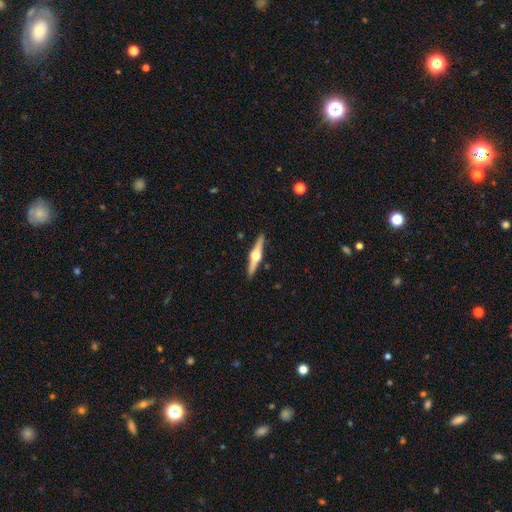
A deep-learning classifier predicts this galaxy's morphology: smooth-or-featured: featured or disk: 81% | smooth: 14% | star or artifact: 5%
  disk-edge-on: yes: 98% | no: 2%
    edge-on-bulge: rounded: 96% | boxy: 3% | none: 1%
  merging: none: 92% | minor disturbance: 6% | major disturbance: 1% | merger: 1%